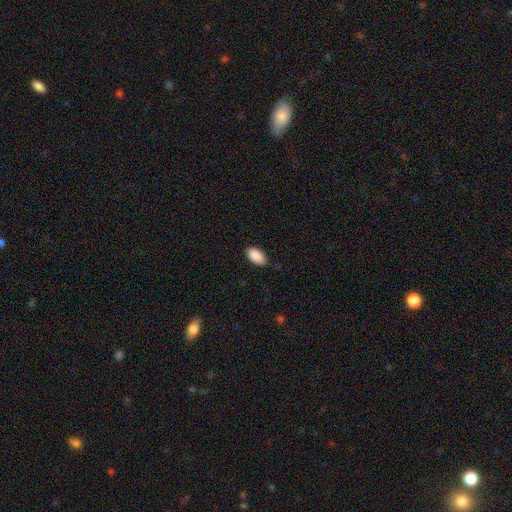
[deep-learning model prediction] The model was most divided on "merging": none: 85%, minor disturbance: 12%, major disturbance: 2%, merger: 1%. More confident: how rounded — in between (95%); smooth or featured — smooth (90%).